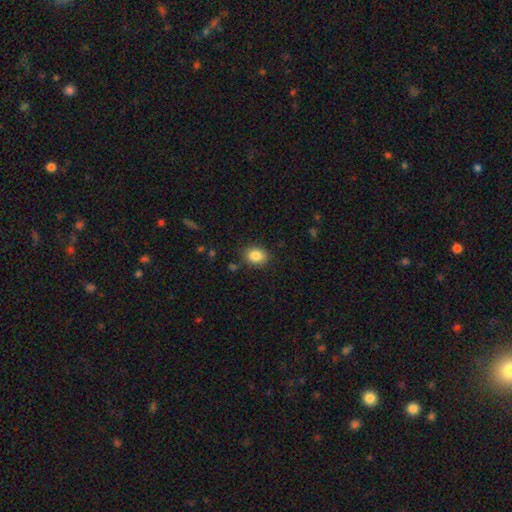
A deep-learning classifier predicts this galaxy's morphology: Overall: smooth (85%). How rounded: in between (57%; round 42%). Merging: none (84%).